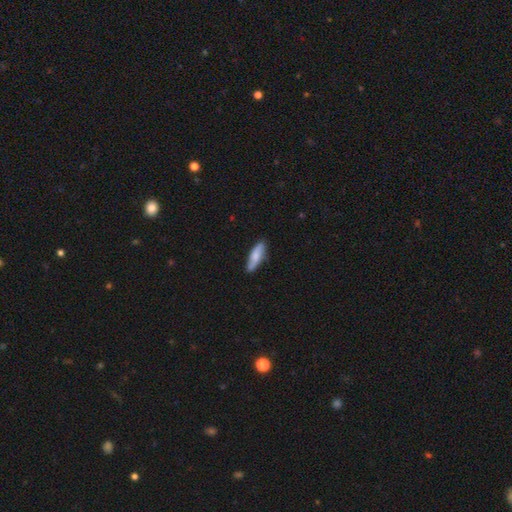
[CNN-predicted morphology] The model was most divided on "how rounded": cigar-shaped: 52%, in between: 46%, round: 2%. More confident: merging — none (82%); smooth or featured — smooth (71%).